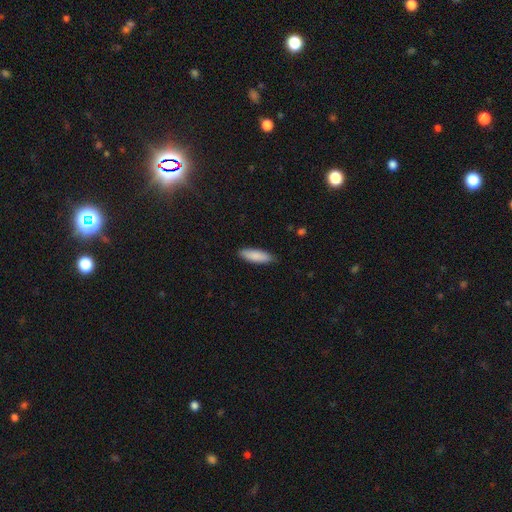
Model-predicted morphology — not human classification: This is clearly a smooth galaxy (88%). How rounded: possibly in between (50%). Merging: clearly none (86%).